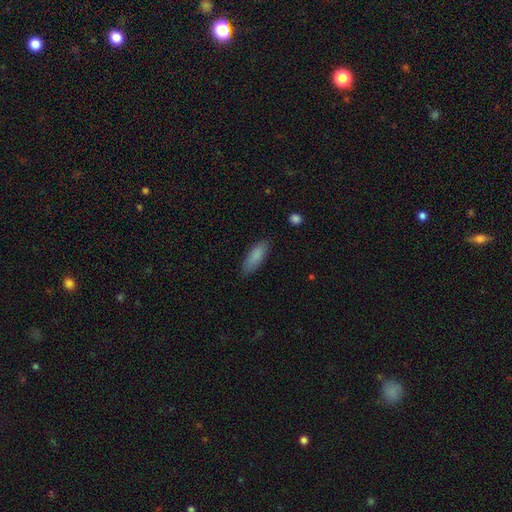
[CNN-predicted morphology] A smooth galaxy with no disk features (87%) that is in between round and cigar-shaped (57%). Merging: none (84%).